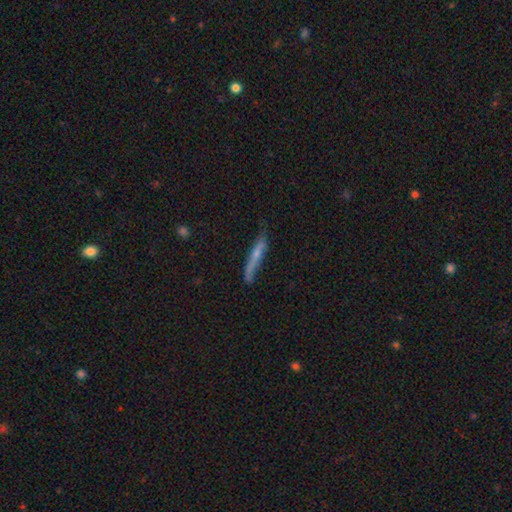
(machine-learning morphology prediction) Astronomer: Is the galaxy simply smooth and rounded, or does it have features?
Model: featured or disk — 50% (runner-up: smooth, 43%).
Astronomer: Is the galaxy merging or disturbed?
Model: none — 57%.